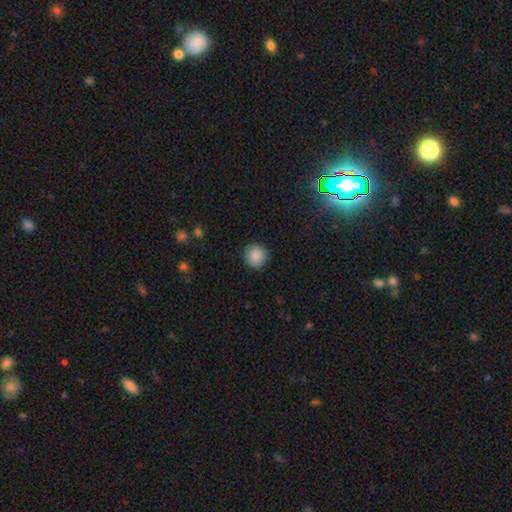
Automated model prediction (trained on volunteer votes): This is clearly a smooth galaxy (88%). How rounded: clearly round (94%). Merging: clearly none (90%).